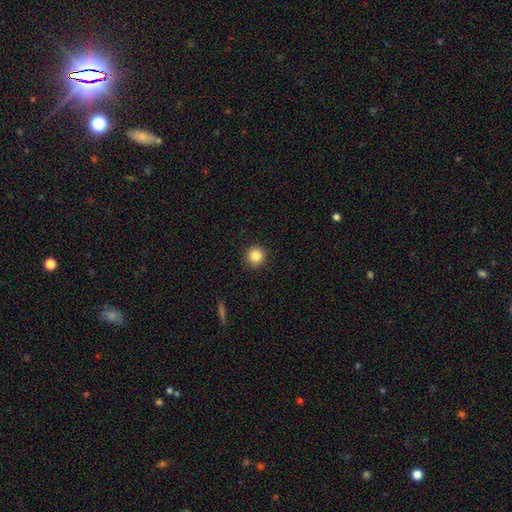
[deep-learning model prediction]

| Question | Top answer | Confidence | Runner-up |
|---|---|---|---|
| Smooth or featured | smooth | 85% | star or artifact (10%) |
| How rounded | round | 94% | in between (5%) |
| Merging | none | 92% | minor disturbance (5%) |